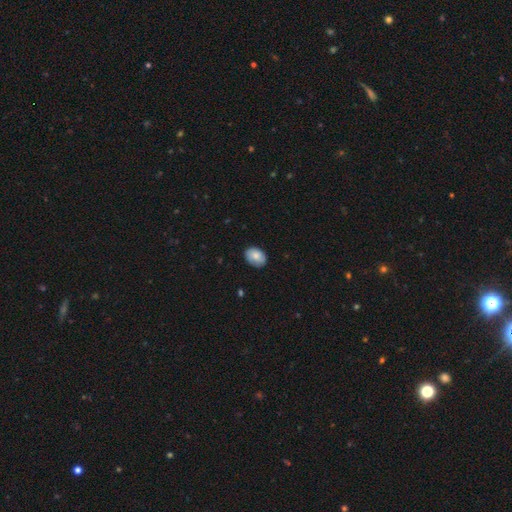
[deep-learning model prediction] This is clearly a smooth galaxy (82%). How rounded: likely in between (78%). Merging: clearly none (83%).